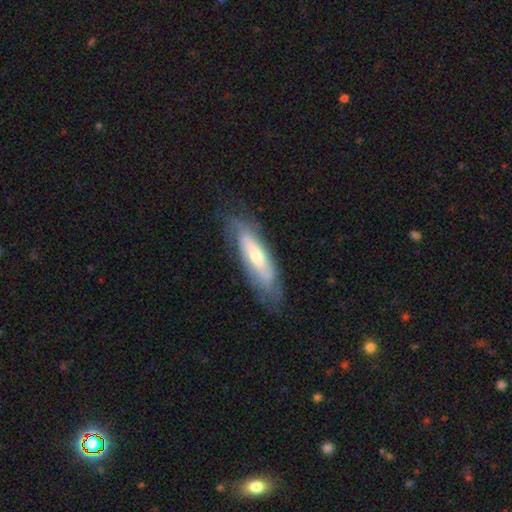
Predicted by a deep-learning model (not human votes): smooth-or-featured: featured or disk: 60% | smooth: 34% | star or artifact: 6%
  disk-edge-on: no: 66% | yes: 34%
  merging: none: 69% | minor disturbance: 21% | major disturbance: 9% | merger: 1%